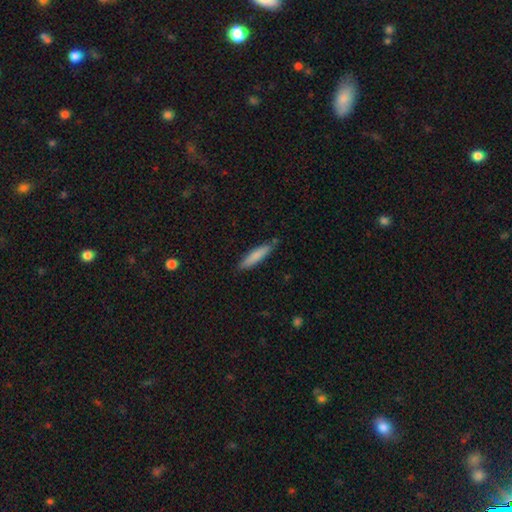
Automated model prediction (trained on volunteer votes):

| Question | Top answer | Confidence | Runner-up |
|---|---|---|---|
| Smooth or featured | smooth | 80% | featured or disk (14%) |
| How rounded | cigar-shaped | 85% | in between (14%) |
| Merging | none | 81% | minor disturbance (14%) |